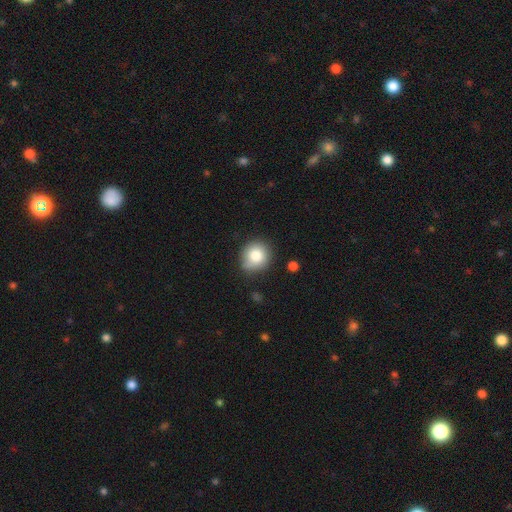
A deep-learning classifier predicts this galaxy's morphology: Smooth or featured? Predicted: smooth (p=0.82). How rounded? Predicted: round (p=0.83). Merging? Predicted: none (p=0.72).